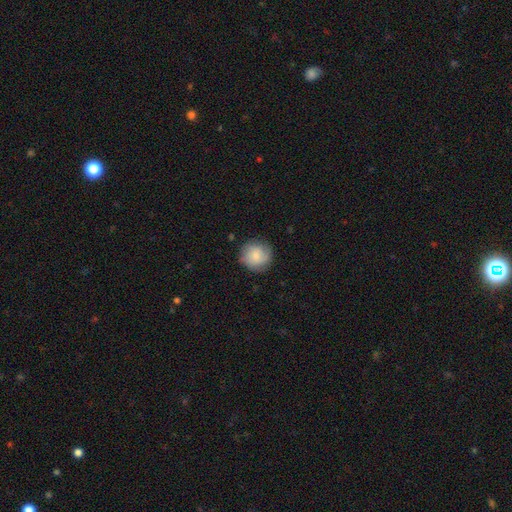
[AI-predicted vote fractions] smooth_or_featured: smooth (p=0.77) [alt: featured or disk p=0.16]
how_rounded: round (p=0.93) [alt: in between p=0.06]
merging: none (p=0.83) [alt: minor disturbance p=0.13]